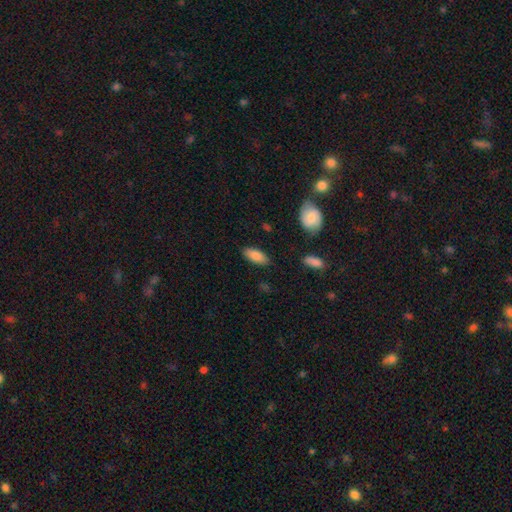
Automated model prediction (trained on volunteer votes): Smooth or featured? Predicted: smooth (p=0.84). How rounded? Predicted: in between (p=0.85). Merging? Predicted: none (p=0.85).